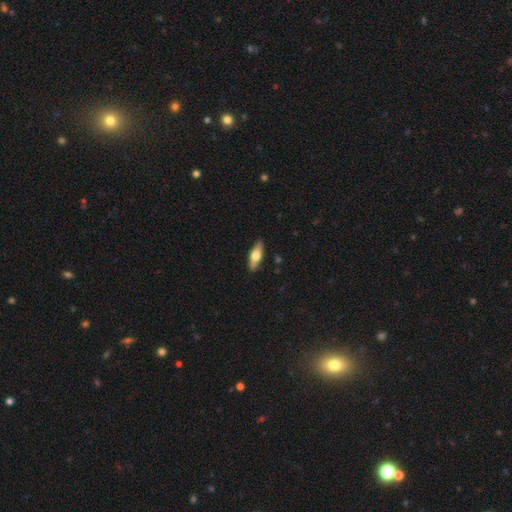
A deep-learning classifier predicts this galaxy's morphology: smooth_or_featured: smooth (p=0.55) [alt: featured or disk p=0.39]
how_rounded: in between (p=0.58) [alt: cigar-shaped p=0.39]
merging: none (p=0.88) [alt: minor disturbance p=0.09]